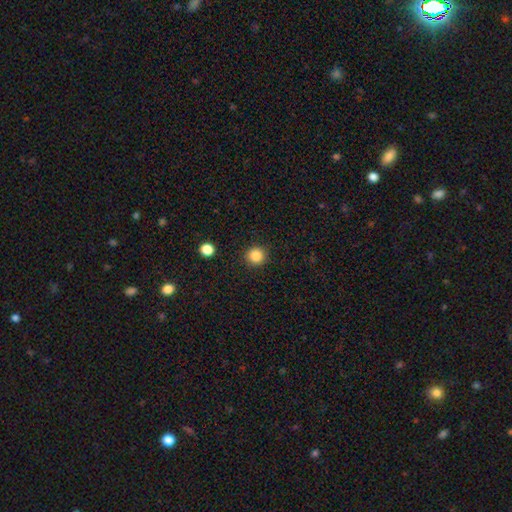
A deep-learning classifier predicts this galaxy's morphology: smooth 85%, star or artifact 11%, featured or disk 4%. Down the decision tree: how rounded — round (94%); merging — none (92%).